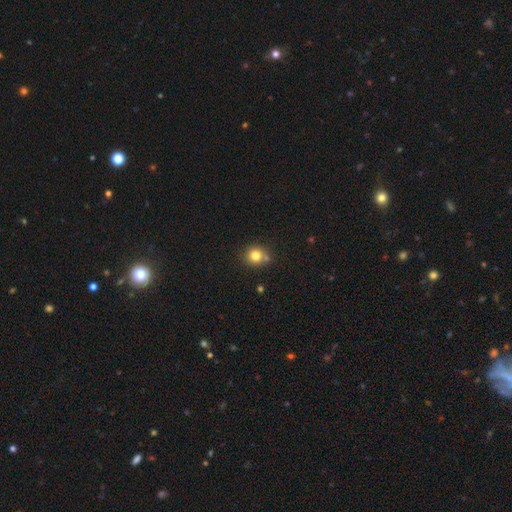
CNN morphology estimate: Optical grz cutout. It shows a smooth galaxy with no disk features (81%) that is round (89%). Merging: none (72%).